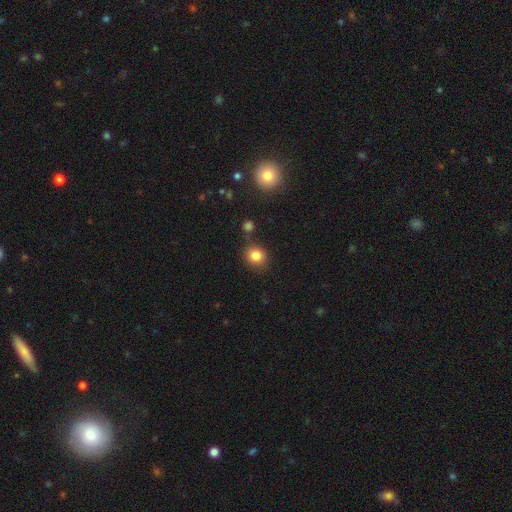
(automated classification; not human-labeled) A smooth galaxy with no disk features (83%) that is round (76%).

Vote fractions:
- Smooth or featured? smooth: 83% / star or artifact: 11% / featured or disk: 6%
- How rounded? round: 76% / in between: 23% / cigar-shaped: 1%
- Merging? none: 77% / minor disturbance: 12% / merger: 7% / major disturbance: 4%